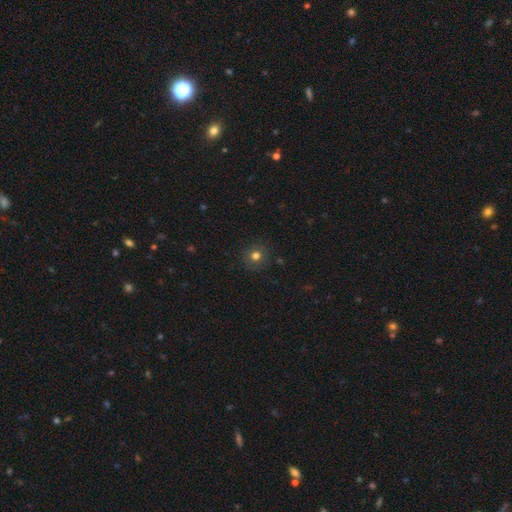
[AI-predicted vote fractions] Morphology: type=smooth (74%); roundness=round (91%); merging=none (89%).